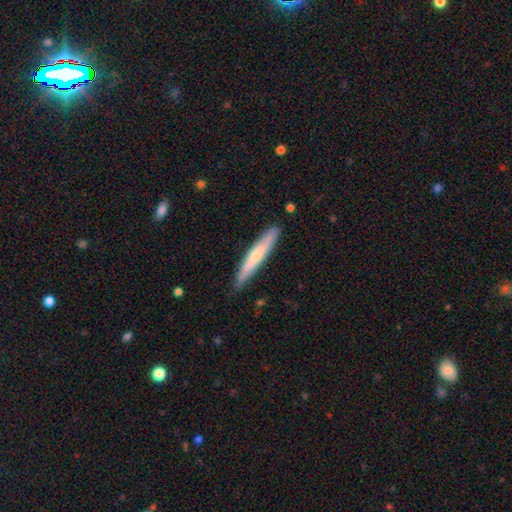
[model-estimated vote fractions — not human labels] Smooth or featured? Predicted: smooth (p=0.52). How rounded? Predicted: cigar-shaped (p=0.93). Merging? Predicted: none (p=0.85).